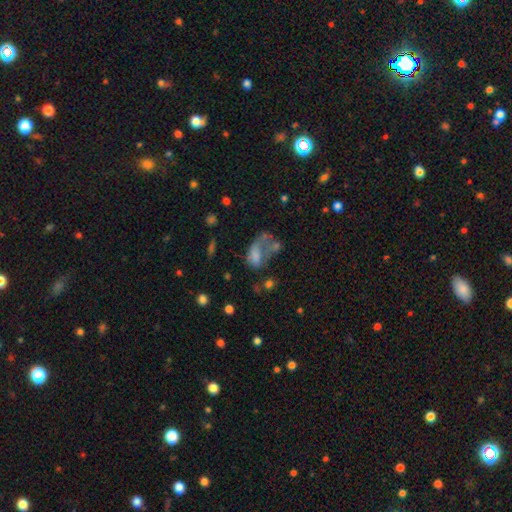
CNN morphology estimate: Overall: smooth (49%; featured or disk 35%). Merging: major disturbance (43%; merger 22%).